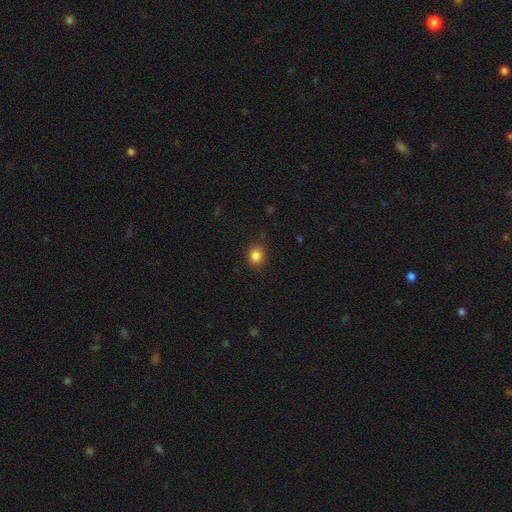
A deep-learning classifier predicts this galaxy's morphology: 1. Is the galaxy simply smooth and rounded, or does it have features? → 85% smooth, 11% star or artifact, 4% featured or disk.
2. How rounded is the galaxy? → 72% round, 27% in between, 1% cigar-shaped.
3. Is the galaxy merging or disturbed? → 84% none, 12% minor disturbance, 3% major disturbance, 1% merger.